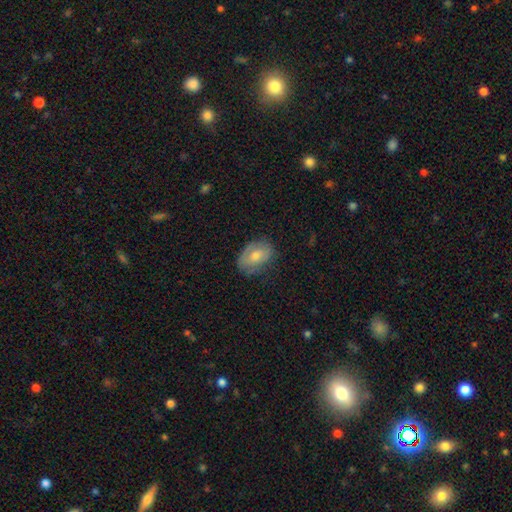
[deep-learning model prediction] Q: Smooth or featured?
A: smooth (63%); runner-up: featured or disk (28%)
Q: How rounded?
A: in between (81%); runner-up: round (17%)
Q: Merging?
A: none (71%); runner-up: minor disturbance (22%)